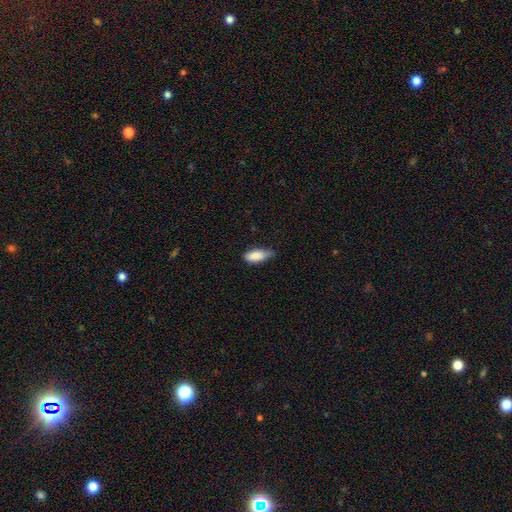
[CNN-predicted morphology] smooth 87%, star or artifact 7%, featured or disk 6%. Down the decision tree: how rounded — in between (82%); merging — none (52%).